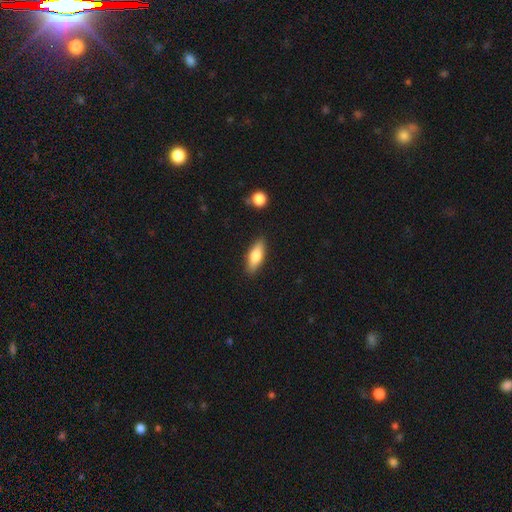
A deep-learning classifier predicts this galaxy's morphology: A smooth galaxy with no disk features (76%) that is in between round and cigar-shaped (66%). Merging: none (87%).